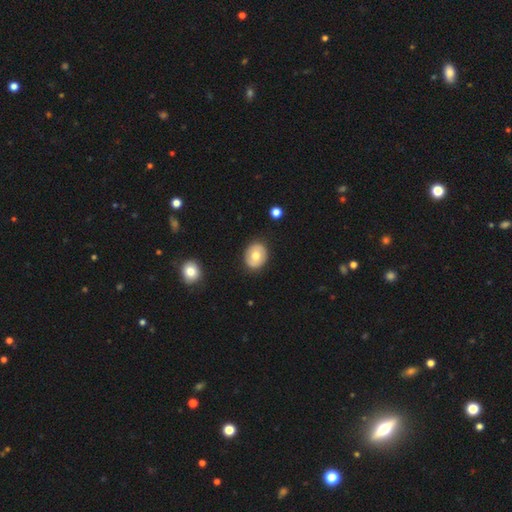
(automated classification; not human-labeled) Smooth or featured? smooth (62%)
How rounded? round (63%)
Merging? none (86%)